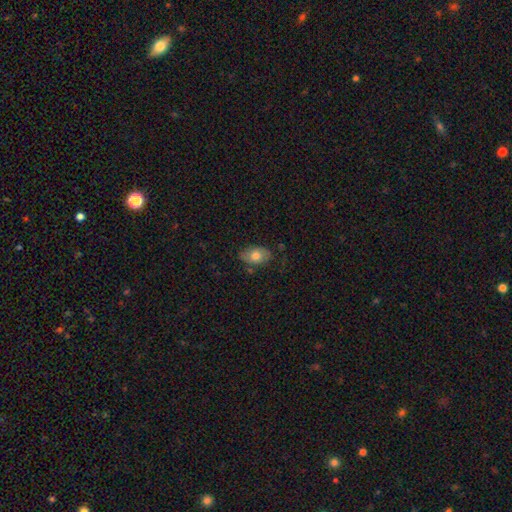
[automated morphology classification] smooth 74%, featured or disk 19%, star or artifact 7%. Down the decision tree: how rounded — in between (89%); merging — none (77%).